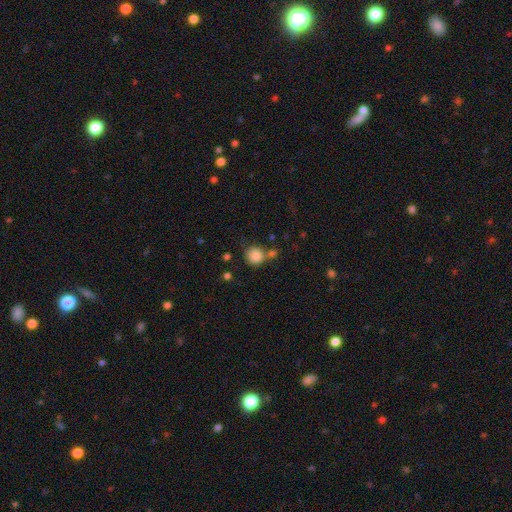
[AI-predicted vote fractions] smooth_or_featured: smooth (p=0.85) [alt: star or artifact p=0.10]
how_rounded: round (p=0.88) [alt: in between p=0.11]
merging: none (p=0.64) [alt: merger p=0.18]